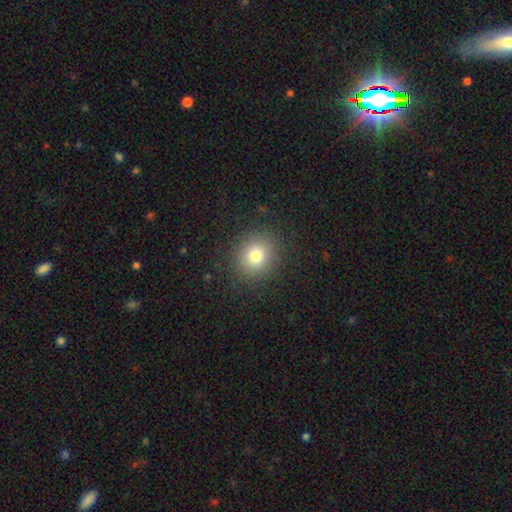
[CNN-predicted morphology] smooth-or-featured: smooth: 79% | star or artifact: 13% | featured or disk: 8%
  how-rounded: round: 80% | in between: 19% | cigar-shaped: 1%
  merging: none: 88% | minor disturbance: 7% | major disturbance: 3% | merger: 1%